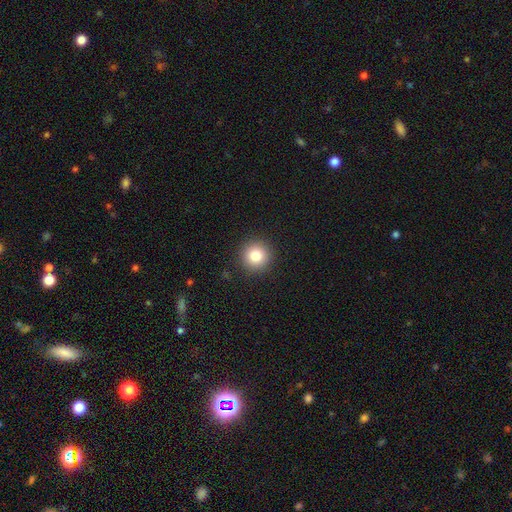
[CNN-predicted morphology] A smooth galaxy with no disk features (82%) that is round (95%). Merging: none (92%).